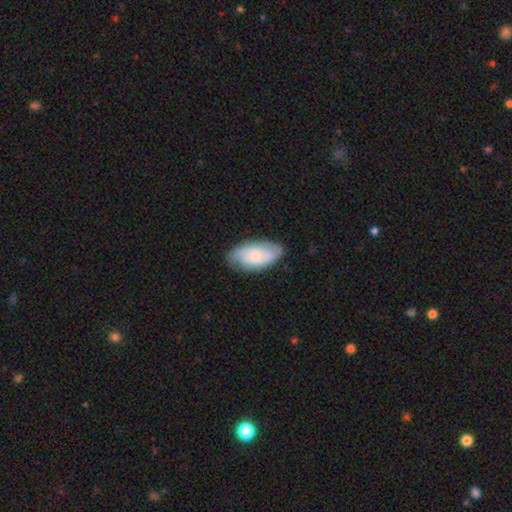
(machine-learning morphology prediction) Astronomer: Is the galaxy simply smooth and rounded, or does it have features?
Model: featured or disk — 49% (runner-up: smooth, 44%).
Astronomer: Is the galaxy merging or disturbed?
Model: none — 72%.